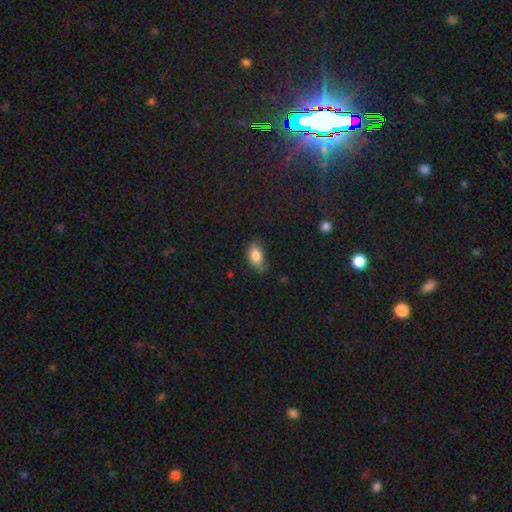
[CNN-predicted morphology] This appears to be a smooth galaxy with no disk features (84%) that is in between round and cigar-shaped (89%). Merging: none (67%).